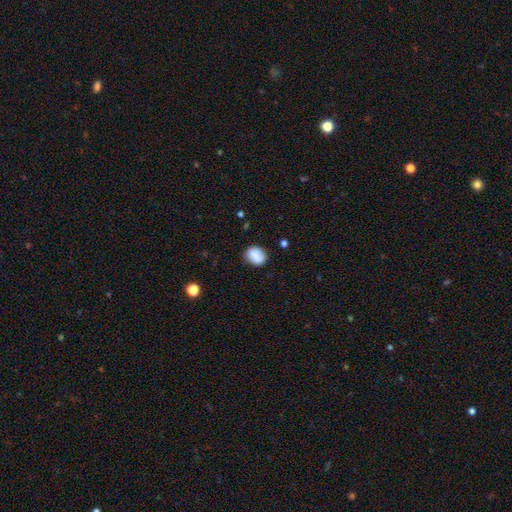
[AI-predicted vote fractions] Morphology: type=smooth (82%); roundness=in between (53%); merging=none (74%).